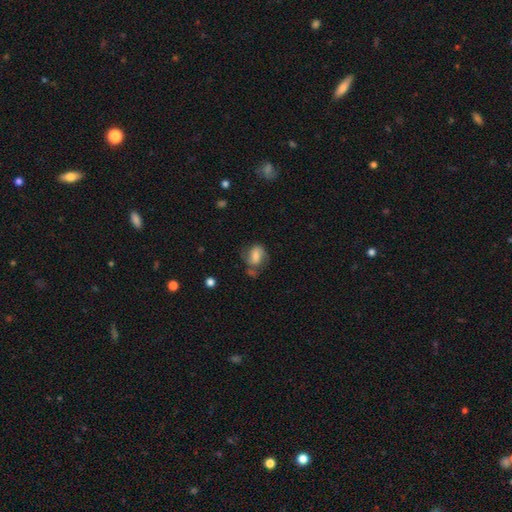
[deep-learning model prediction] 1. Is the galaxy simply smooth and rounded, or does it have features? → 46% smooth, 45% featured or disk, 9% star or artifact.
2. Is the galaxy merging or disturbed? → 47% none, 24% minor disturbance, 17% major disturbance, 12% merger.